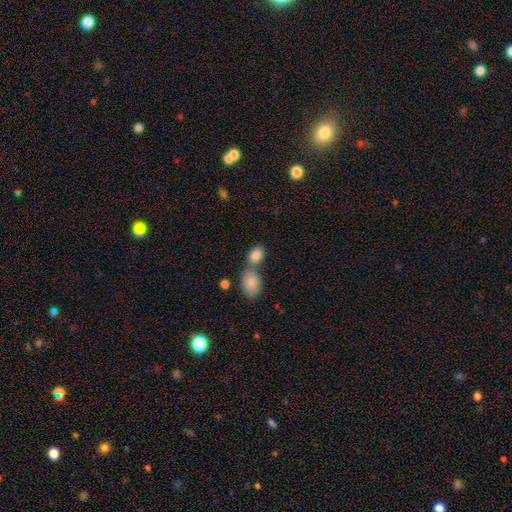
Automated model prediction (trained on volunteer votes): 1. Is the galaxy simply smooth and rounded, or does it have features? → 85% smooth, 8% star or artifact, 7% featured or disk.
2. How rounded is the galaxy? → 72% in between, 27% round, 2% cigar-shaped.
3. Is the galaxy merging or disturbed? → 48% merger, 39% none, 9% minor disturbance, 3% major disturbance.